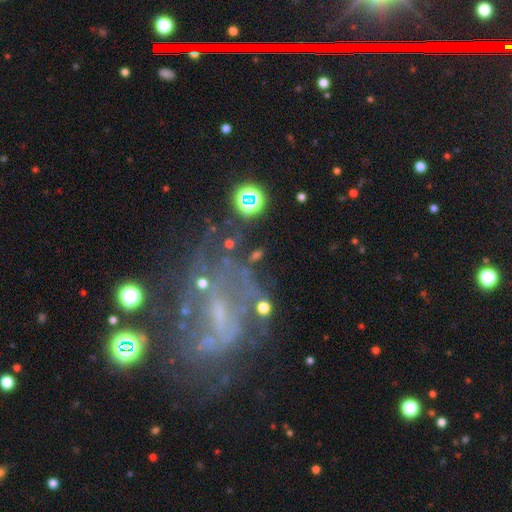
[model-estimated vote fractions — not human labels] Smooth or featured? Predicted: featured or disk (p=0.45). Merging? Predicted: none (p=0.59).